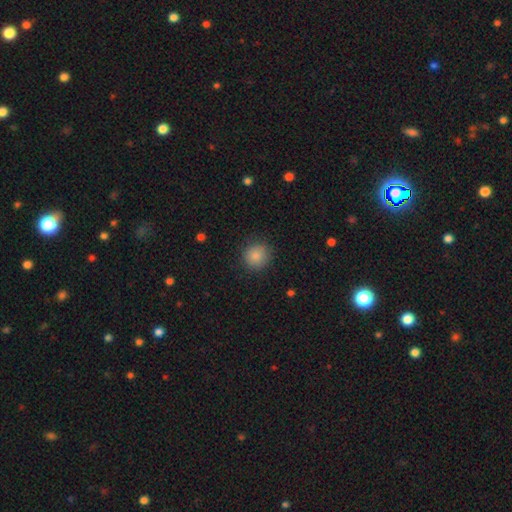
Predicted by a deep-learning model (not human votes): The model was most divided on "smooth or featured": smooth: 86%, star or artifact: 9%, featured or disk: 5%. More confident: how rounded — round (91%); merging — none (87%).